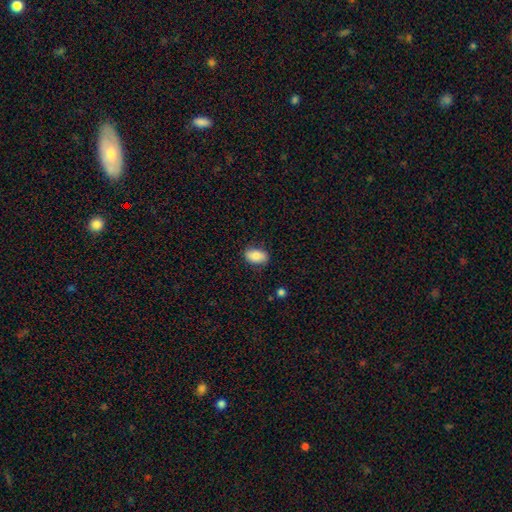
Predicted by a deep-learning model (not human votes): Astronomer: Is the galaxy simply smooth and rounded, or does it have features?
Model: smooth — 82%.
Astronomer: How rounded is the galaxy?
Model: in between — 90%.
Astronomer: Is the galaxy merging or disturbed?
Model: none — 82%.